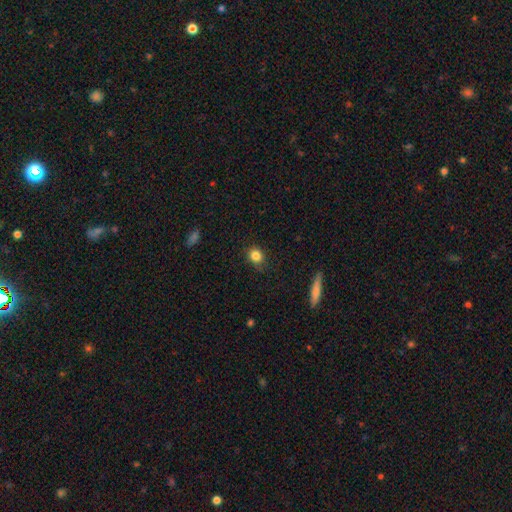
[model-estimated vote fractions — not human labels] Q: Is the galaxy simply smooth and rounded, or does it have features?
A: smooth — 84%.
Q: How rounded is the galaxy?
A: round — 74%.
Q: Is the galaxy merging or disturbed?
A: none — 79%.